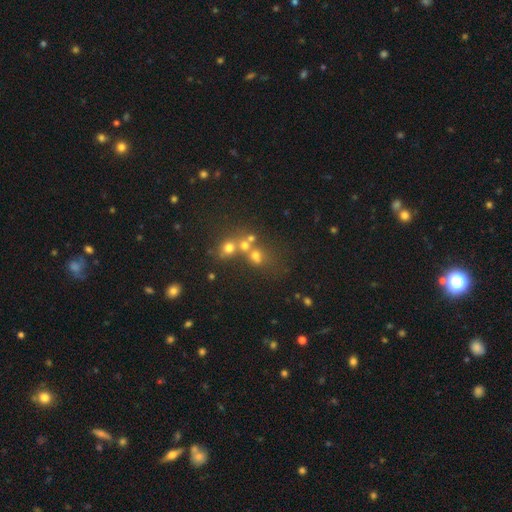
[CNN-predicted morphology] type=smooth (57%); roundness=round (72%); merging=merger (47%).